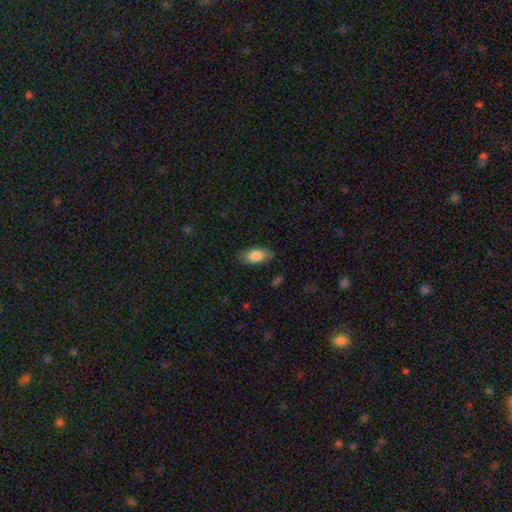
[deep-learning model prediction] Smooth or featured?
  - smooth: 82% *
  - featured or disk: 11%
  - star or artifact: 7%
How rounded?
  - in between: 89% *
  - cigar-shaped: 8%
  - round: 3%
Merging?
  - none: 82% *
  - minor disturbance: 14%
  - major disturbance: 3%
  - merger: 1%